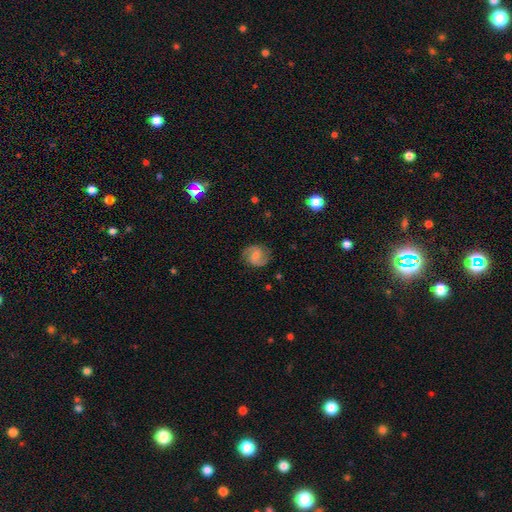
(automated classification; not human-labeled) smooth-or-featured: featured or disk: 75% | smooth: 19% | star or artifact: 7%
  disk-edge-on: no: 98% | yes: 2%
    bar: no: 46% | weak: 44% | strong: 10%
    has-spiral-arms: yes: 95% | no: 5%
      spiral-winding: medium: 53% | tight: 26% | loose: 21%
      spiral-arm-count: 2: 91% | can't tell: 4% | 1: 2% | 3: 1% | 4: 1% | more than 4: 1%
    bulge-size: small: 51% | moderate: 28% | none: 17% | large: 3% | dominant: 1%
  merging: none: 82% | minor disturbance: 13% | major disturbance: 4% | merger: 1%